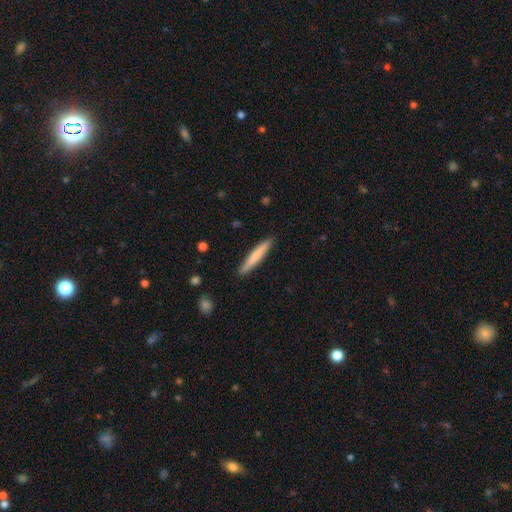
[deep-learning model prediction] A smooth galaxy with no disk features (71%) that is cigar-shaped (95%). Merging: none (90%).